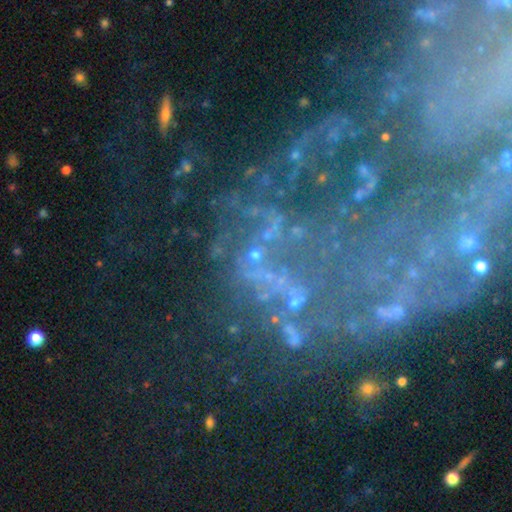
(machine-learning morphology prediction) smooth-or-featured: star or artifact: 43% | featured or disk: 41% | smooth: 16%